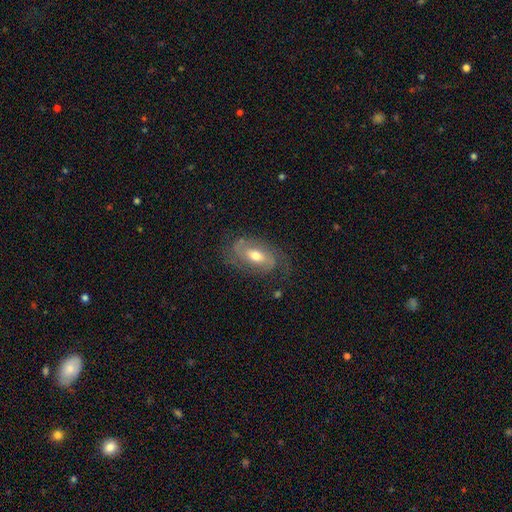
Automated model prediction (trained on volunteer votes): featured or disk 69%, smooth 24%, star or artifact 7%. Down the decision tree: edge-on disk — no (93%); bar — no (48%); spiral arms — yes (83%); spiral arm count — 2 (69%); spiral winding — medium (42%); bulge size — moderate (73%); merging — none (66%).